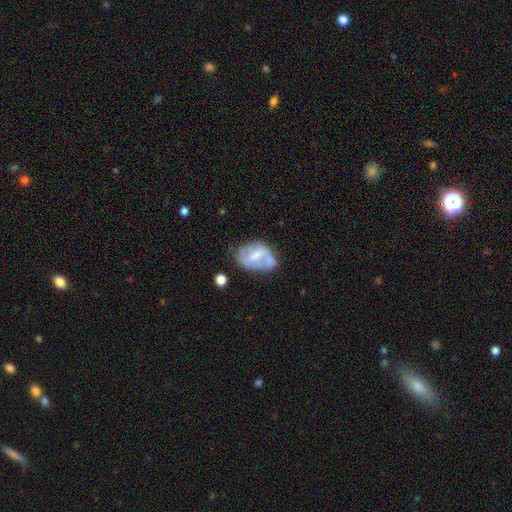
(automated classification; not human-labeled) A featured or disk galaxy (55%) with a weak bar (43%), no spiral arms (57%) and a moderate central bulge (35%). Merging: none (37%).